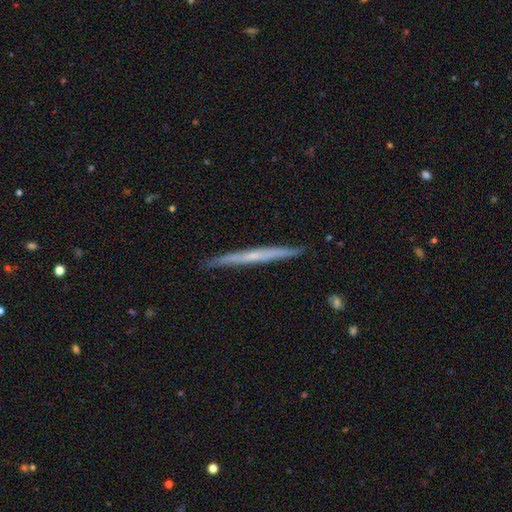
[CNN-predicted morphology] Smooth or featured? featured or disk (59%)
Edge-on disk? yes (97%)
Edge-on bulge? none (75%)
Merging? none (90%)